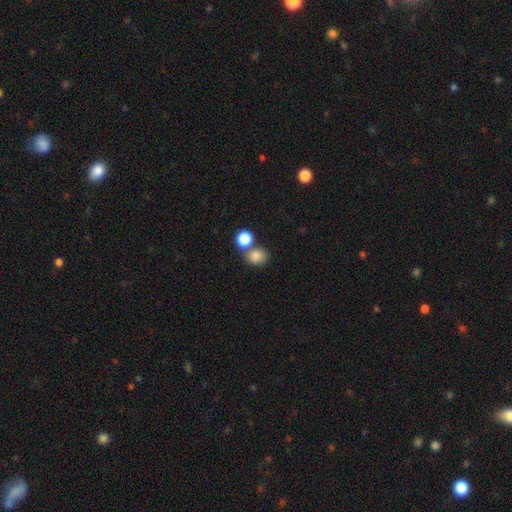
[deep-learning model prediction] This appears to be a smooth galaxy with no disk features (83%) that is round (63%). Merging: none (53%).